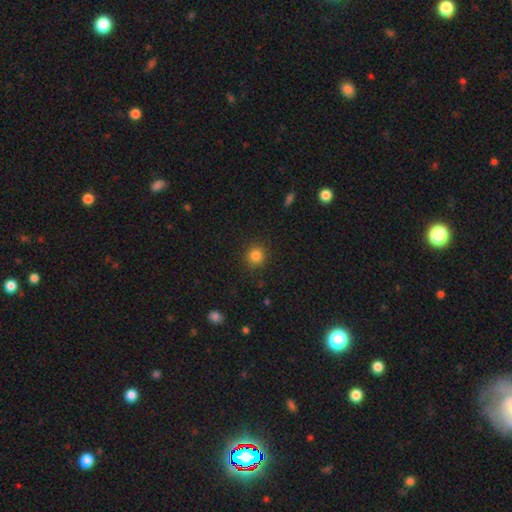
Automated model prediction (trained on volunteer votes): Smooth or featured? smooth (84%)
How rounded? round (91%)
Merging? none (90%)